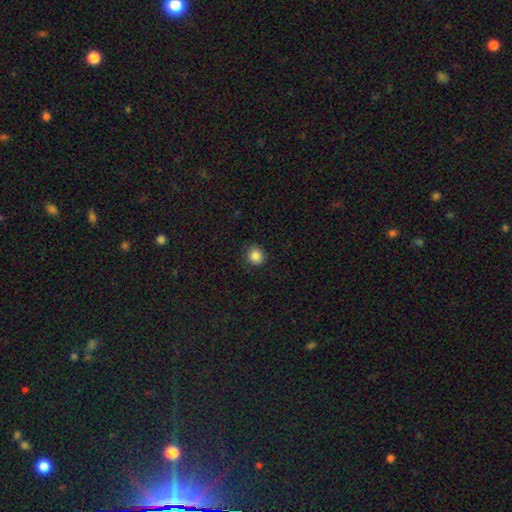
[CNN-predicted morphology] smooth_or_featured: smooth (p=0.86) [alt: star or artifact p=0.11]
how_rounded: round (p=0.88) [alt: in between p=0.11]
merging: none (p=0.88) [alt: minor disturbance p=0.08]